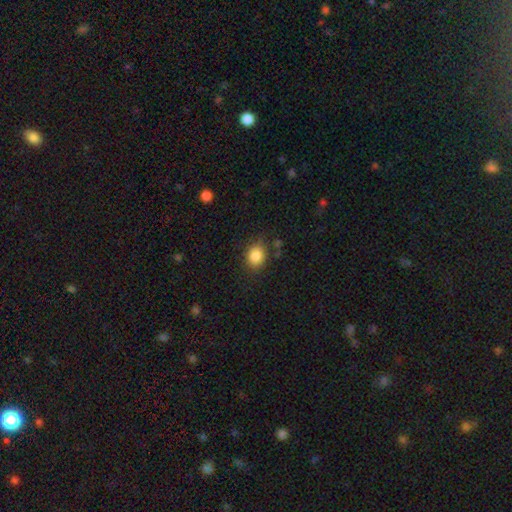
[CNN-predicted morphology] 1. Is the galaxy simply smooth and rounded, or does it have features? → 85% smooth, 9% star or artifact, 5% featured or disk.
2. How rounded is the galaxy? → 54% round, 45% in between, 1% cigar-shaped.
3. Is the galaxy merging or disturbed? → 80% none, 14% minor disturbance, 4% major disturbance, 2% merger.